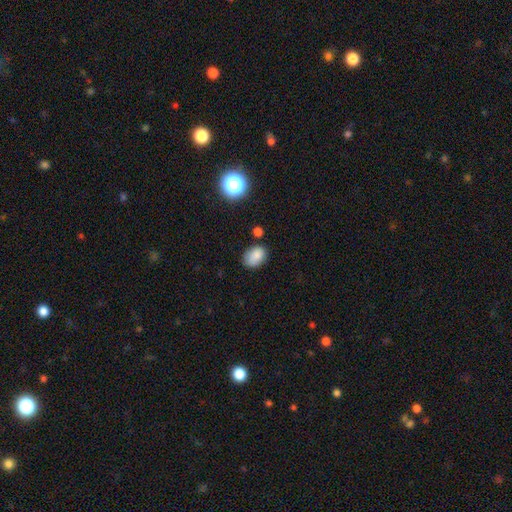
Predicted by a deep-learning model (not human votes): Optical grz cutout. It shows a smooth galaxy with no disk features (83%) that is in between round and cigar-shaped (79%). Merging: none (69%).